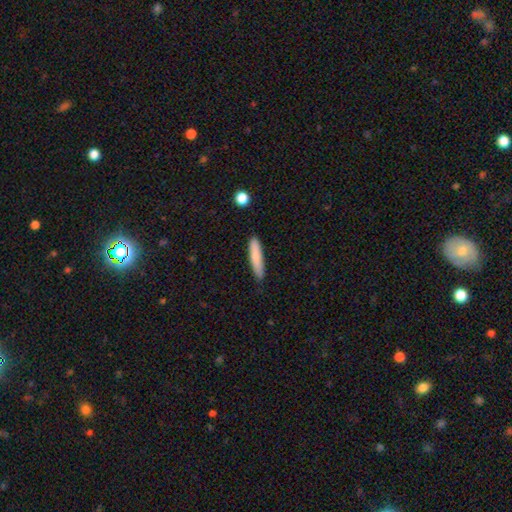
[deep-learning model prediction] smooth-or-featured: smooth: 81% | featured or disk: 12% | star or artifact: 6%
  how-rounded: cigar-shaped: 85% | in between: 14% | round: 1%
  merging: none: 84% | minor disturbance: 13% | major disturbance: 2% | merger: 2%